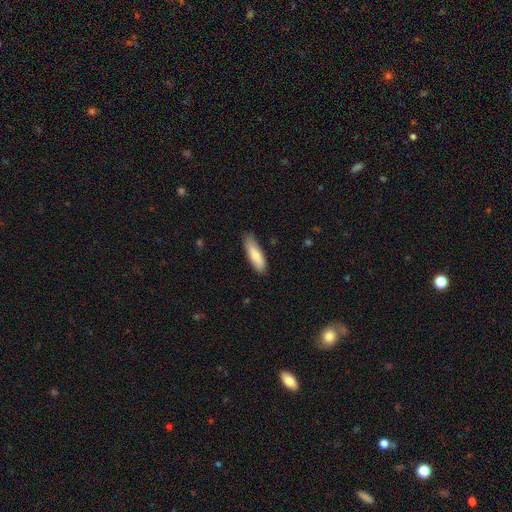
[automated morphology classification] smooth_or_featured: smooth (p=0.76) [alt: featured or disk p=0.18]
how_rounded: cigar-shaped (p=0.54) [alt: in between p=0.44]
merging: none (p=0.81) [alt: minor disturbance p=0.15]